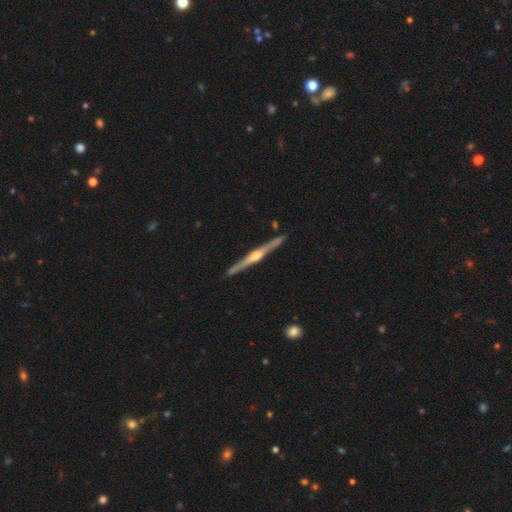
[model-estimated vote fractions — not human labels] Smooth or featured: featured or disk — 82% (smooth — 13%)
Edge-on disk: yes — 98% (no — 2%)
Edge-on bulge: rounded — 89% (boxy — 6%)
Merging: none — 90% (minor disturbance — 7%)